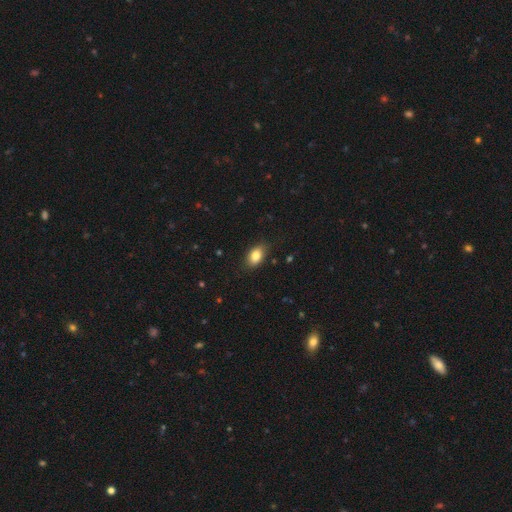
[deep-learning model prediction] Morphology: type=smooth (83%); roundness=in between (86%); merging=none (82%).